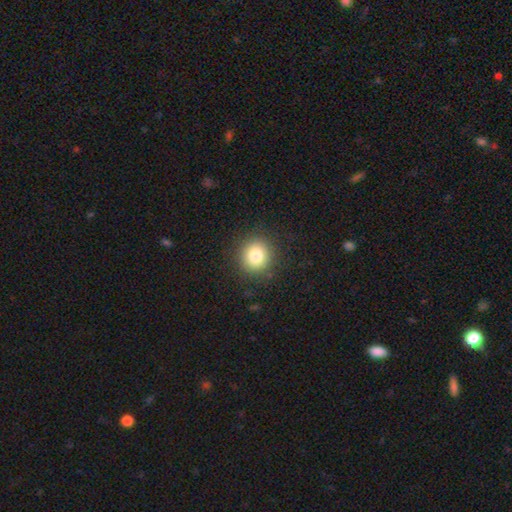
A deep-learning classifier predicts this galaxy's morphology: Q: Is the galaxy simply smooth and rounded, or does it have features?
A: smooth — 82%.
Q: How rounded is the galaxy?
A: round — 91%.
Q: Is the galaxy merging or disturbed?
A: none — 90%.